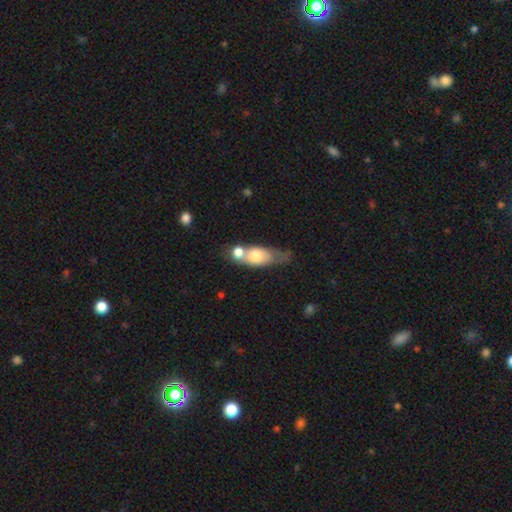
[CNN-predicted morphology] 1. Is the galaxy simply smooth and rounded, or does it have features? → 61% smooth, 31% featured or disk, 7% star or artifact.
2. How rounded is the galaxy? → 64% in between, 25% cigar-shaped, 10% round.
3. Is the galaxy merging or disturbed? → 44% merger, 31% none, 16% minor disturbance, 9% major disturbance.